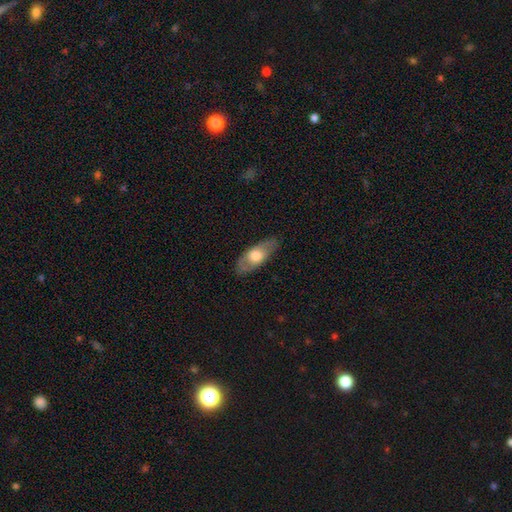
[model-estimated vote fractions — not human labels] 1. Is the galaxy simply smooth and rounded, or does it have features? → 53% smooth, 42% featured or disk, 5% star or artifact.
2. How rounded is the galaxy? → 81% in between, 14% cigar-shaped, 5% round.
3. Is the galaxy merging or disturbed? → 80% none, 15% minor disturbance, 4% major disturbance, 1% merger.